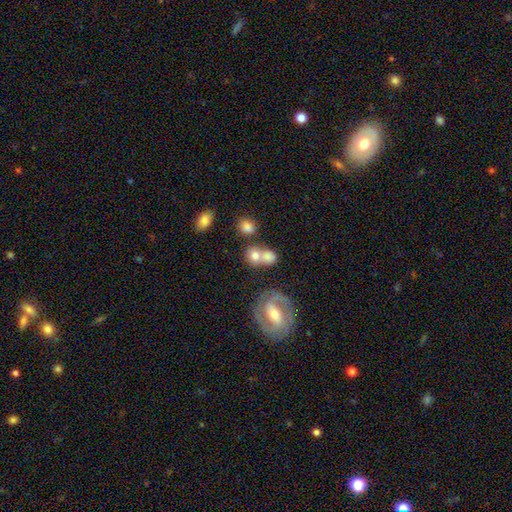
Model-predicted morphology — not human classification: Smooth or featured?
  - smooth: 70% *
  - featured or disk: 20%
  - star or artifact: 10%
How rounded?
  - round: 70% *
  - in between: 29%
  - cigar-shaped: 1%
Merging?
  - merger: 49% *
  - none: 37%
  - minor disturbance: 9%
  - major disturbance: 5%